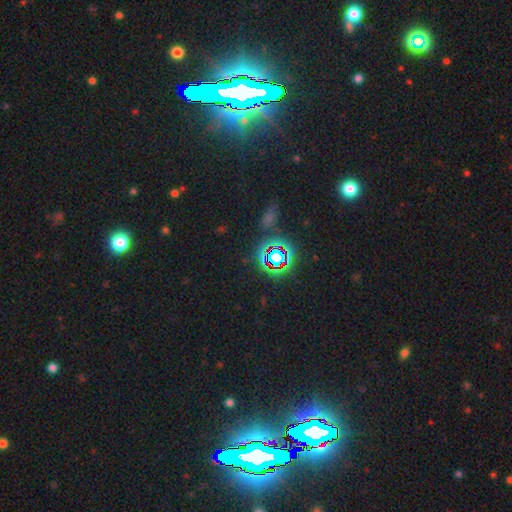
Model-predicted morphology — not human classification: smooth-or-featured: star or artifact: 80% | smooth: 11% | featured or disk: 9%